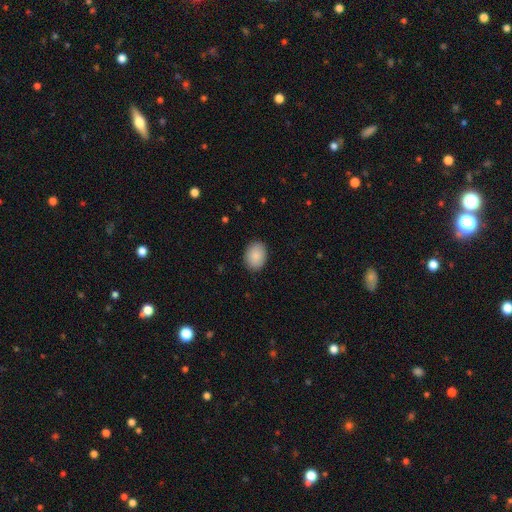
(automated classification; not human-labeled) Smooth or featured?
  - smooth: 89% *
  - star or artifact: 7%
  - featured or disk: 5%
How rounded?
  - in between: 72% *
  - round: 27%
  - cigar-shaped: 1%
Merging?
  - none: 88% *
  - minor disturbance: 9%
  - major disturbance: 2%
  - merger: 1%